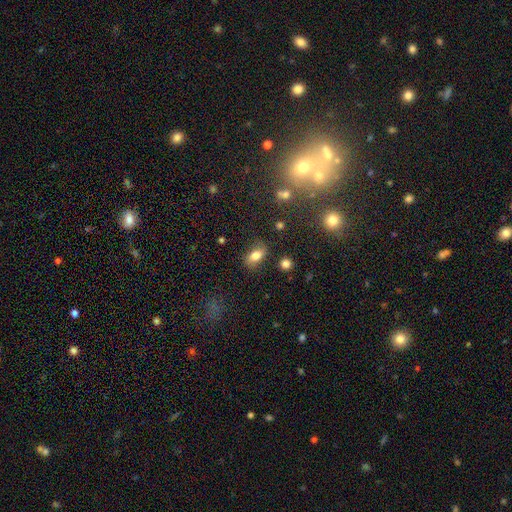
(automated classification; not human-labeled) A smooth galaxy with no disk features (77%) that is in between round and cigar-shaped (86%).

Vote fractions:
- Smooth or featured? smooth: 77% / featured or disk: 13% / star or artifact: 10%
- How rounded? in between: 86% / round: 10% / cigar-shaped: 4%
- Merging? none: 75% / minor disturbance: 17% / major disturbance: 5% / merger: 3%